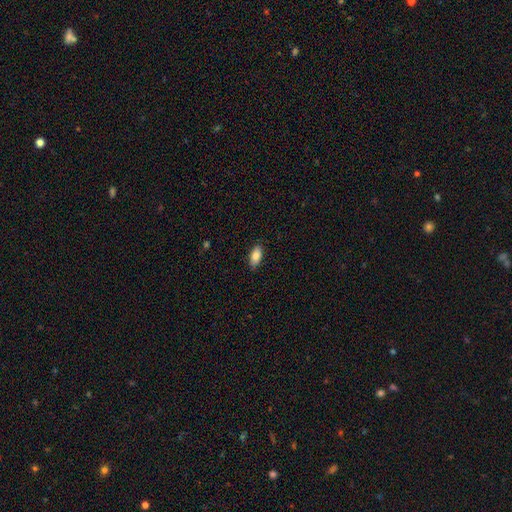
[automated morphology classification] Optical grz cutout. It shows a smooth galaxy with no disk features (83%) that is in between round and cigar-shaped (90%). Merging: none (87%).